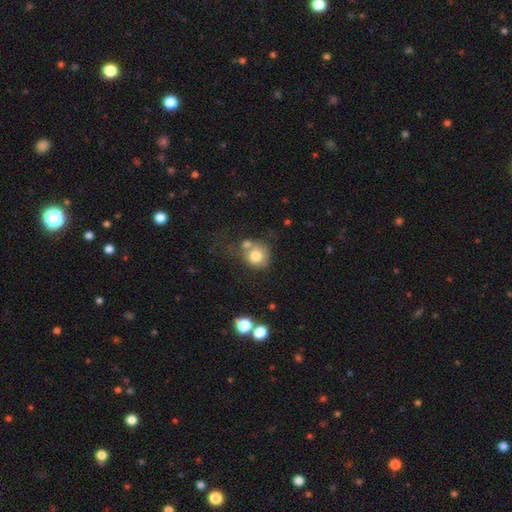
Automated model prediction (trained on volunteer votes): This appears to be a smooth galaxy with no disk features (76%) that is round (83%). Merging: none (40%).